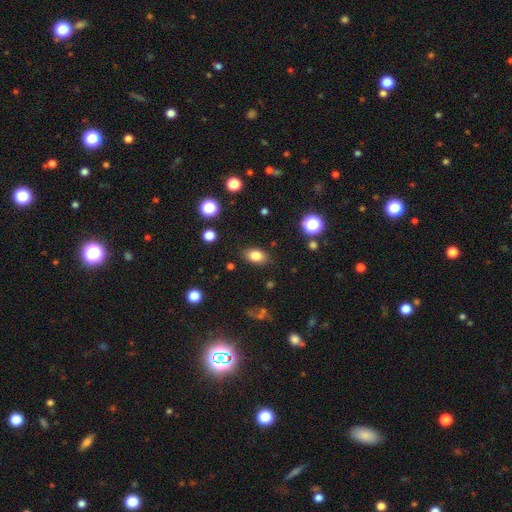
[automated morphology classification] This appears to be a smooth galaxy with no disk features (83%) that is in between round and cigar-shaped (83%). Merging: none (85%).